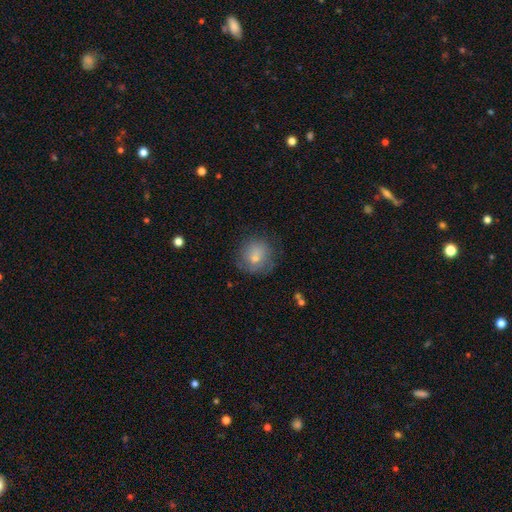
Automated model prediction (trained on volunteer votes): Q: Smooth or featured?
A: smooth (73%); runner-up: featured or disk (18%)
Q: How rounded?
A: round (87%); runner-up: in between (12%)
Q: Merging?
A: none (70%); runner-up: minor disturbance (19%)